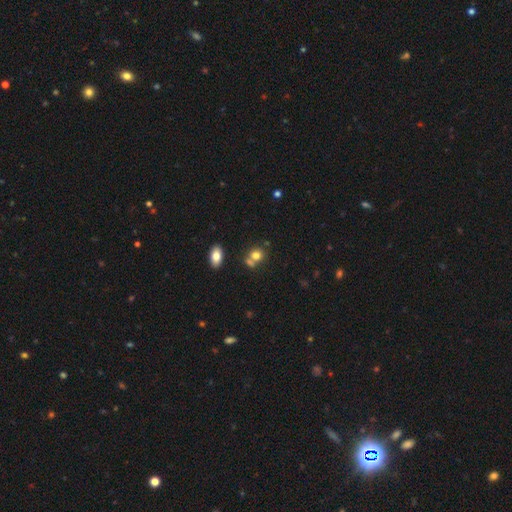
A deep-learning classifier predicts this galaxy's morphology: A smooth galaxy with no disk features (77%) that is round (70%).

Vote fractions:
- Smooth or featured? smooth: 77% / star or artifact: 12% / featured or disk: 11%
- How rounded? round: 70% / in between: 29% / cigar-shaped: 1%
- Merging? none: 52% / merger: 34% / minor disturbance: 10% / major disturbance: 4%